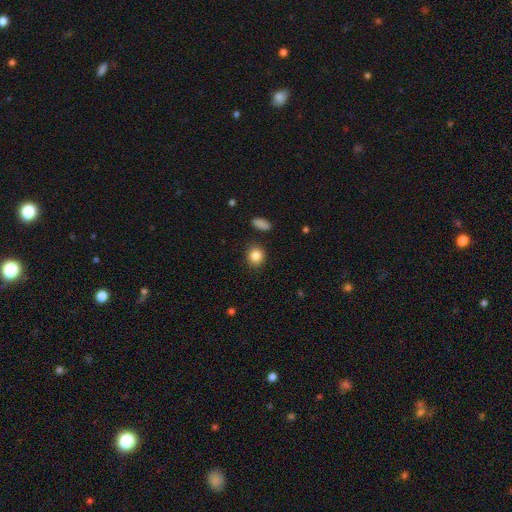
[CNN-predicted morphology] Smooth or featured?
  - smooth: 86% *
  - star or artifact: 9%
  - featured or disk: 5%
How rounded?
  - round: 82% *
  - in between: 17%
  - cigar-shaped: 1%
Merging?
  - none: 88% *
  - minor disturbance: 7%
  - major disturbance: 2%
  - merger: 2%